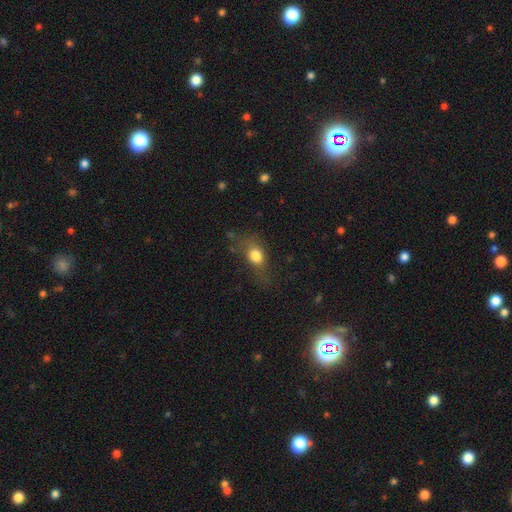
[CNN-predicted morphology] Smooth or featured: smooth — 75% (featured or disk — 14%)
How rounded: in between — 55% (round — 40%)
Merging: none — 54% (minor disturbance — 25%)